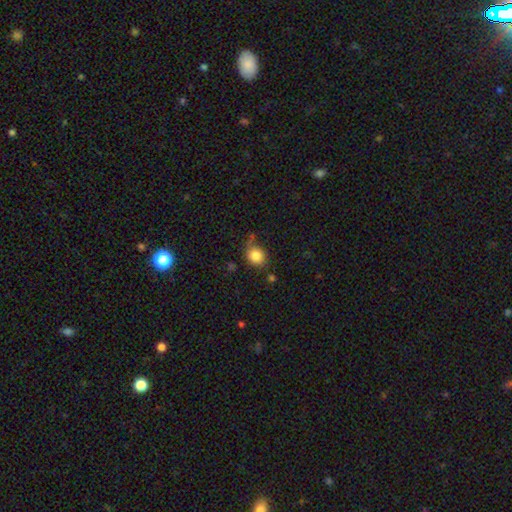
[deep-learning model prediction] Smooth or featured?
  - smooth: 83% *
  - star or artifact: 10%
  - featured or disk: 7%
How rounded?
  - round: 76% *
  - in between: 23%
  - cigar-shaped: 1%
Merging?
  - none: 67% *
  - minor disturbance: 20%
  - merger: 7%
  - major disturbance: 6%